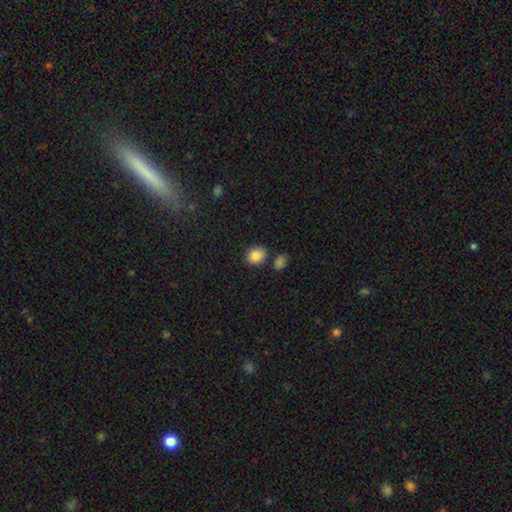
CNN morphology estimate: A smooth galaxy with no disk features (85%) that is round (60%).

Vote fractions:
- Smooth or featured? smooth: 85% / star or artifact: 9% / featured or disk: 5%
- How rounded? round: 60% / in between: 39% / cigar-shaped: 1%
- Merging? none: 76% / minor disturbance: 12% / merger: 9% / major disturbance: 3%